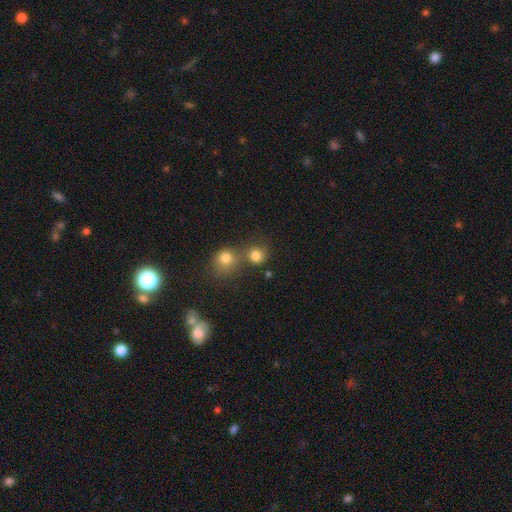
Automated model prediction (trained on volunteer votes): Smooth or featured: smooth — 81% (star or artifact — 13%)
How rounded: round — 88% (in between — 11%)
Merging: none — 54% (merger — 35%)